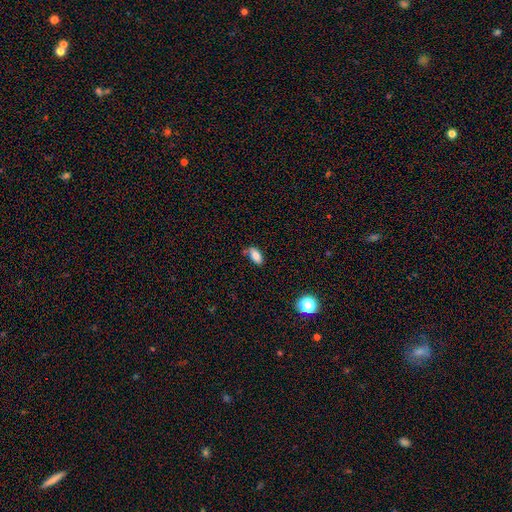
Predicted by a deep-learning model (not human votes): Smooth or featured? smooth (81%)
How rounded? in between (89%)
Merging? none (57%)